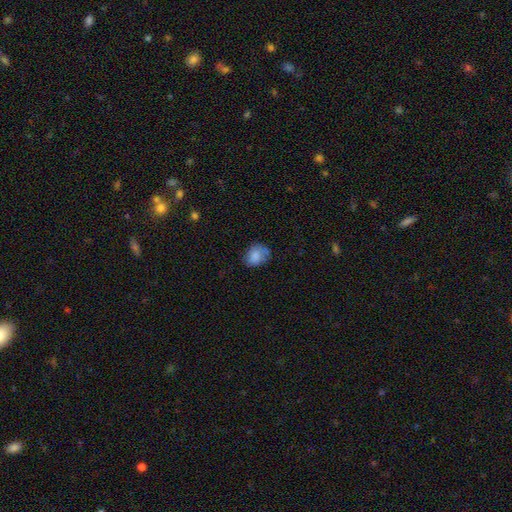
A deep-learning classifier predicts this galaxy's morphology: Smooth or featured? Predicted: smooth (p=0.81). How rounded? Predicted: in between (p=0.53). Merging? Predicted: none (p=0.58).